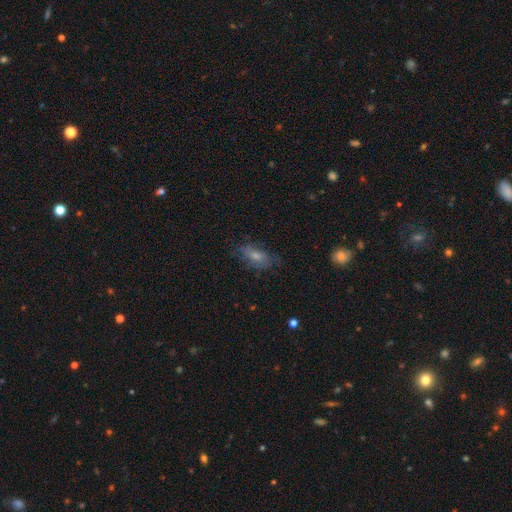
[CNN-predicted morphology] smooth_or_featured: smooth (p=0.60) [alt: featured or disk p=0.31]
how_rounded: in between (p=0.86) [alt: cigar-shaped p=0.08]
merging: none (p=0.60) [alt: minor disturbance p=0.26]